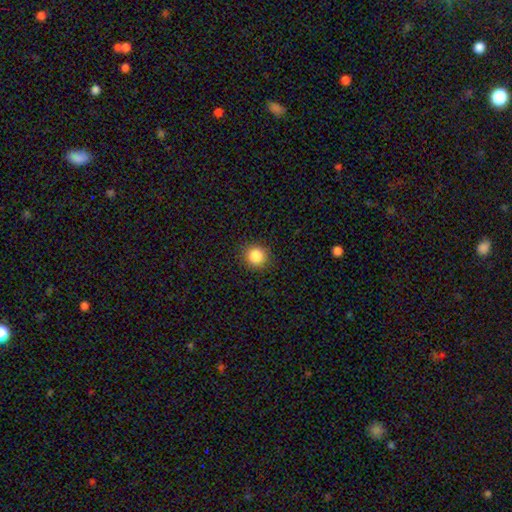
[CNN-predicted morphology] smooth 85%, star or artifact 11%, featured or disk 4%. Down the decision tree: how rounded — round (93%); merging — none (91%).